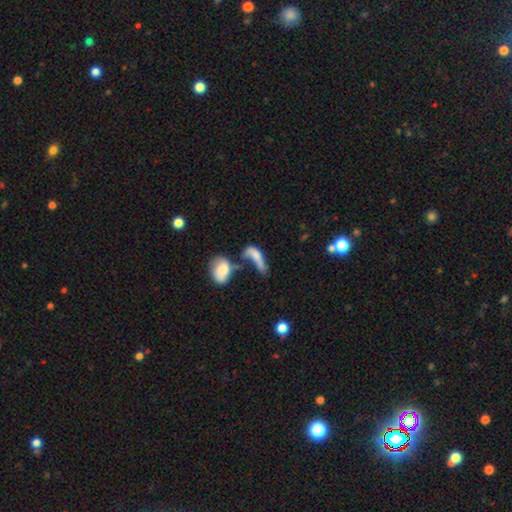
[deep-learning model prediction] Smooth or featured? Predicted: smooth (p=0.60). How rounded? Predicted: in between (p=0.62). Merging? Predicted: merger (p=0.47).